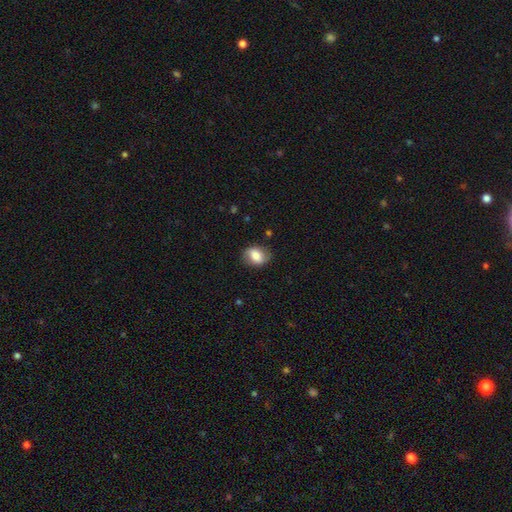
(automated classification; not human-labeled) The model was most divided on "how rounded": in between: 65%, round: 33%, cigar-shaped: 1%. More confident: merging — none (79%); smooth or featured — smooth (71%).